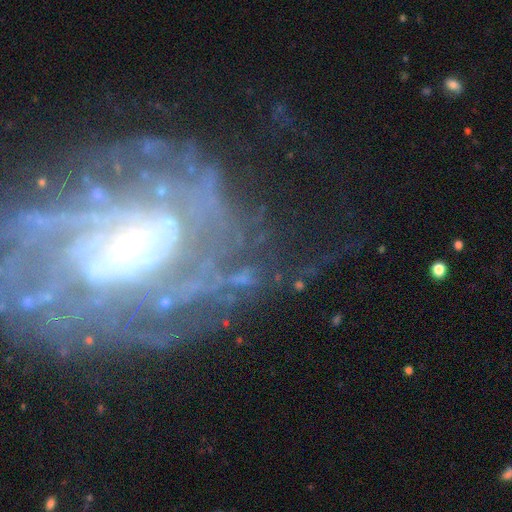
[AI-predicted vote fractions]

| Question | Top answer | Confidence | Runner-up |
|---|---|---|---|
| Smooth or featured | featured or disk | 84% | star or artifact (10%) |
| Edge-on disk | no | 96% | yes (4%) |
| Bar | no | 47% | weak (35%) |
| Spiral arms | yes | 87% | no (13%) |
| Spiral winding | tight | 54% | medium (32%) |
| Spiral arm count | can't tell | 42% | 2 (18%) |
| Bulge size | small | 64% | moderate (18%) |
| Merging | none | 57% | major disturbance (22%) |